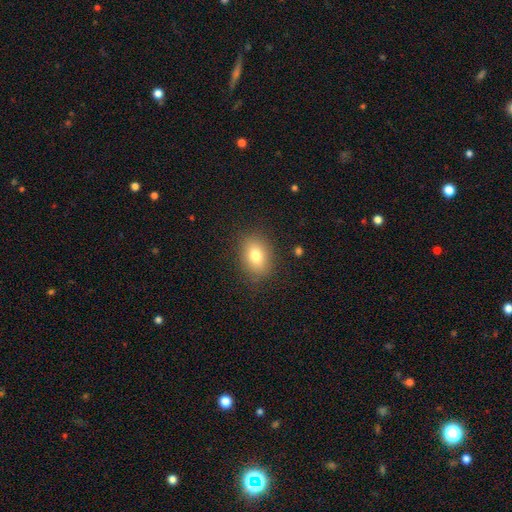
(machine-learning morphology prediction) type=smooth (78%); roundness=in between (71%); merging=none (85%).